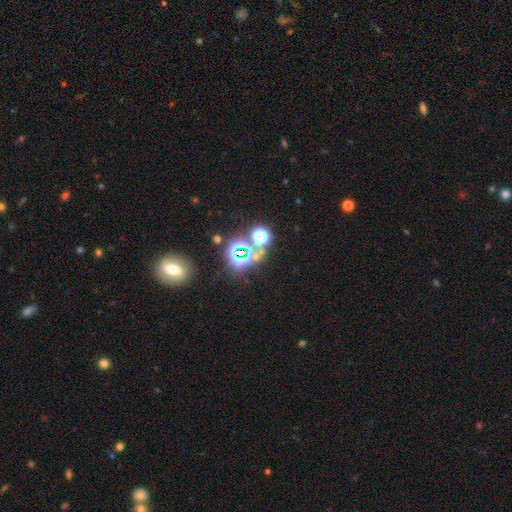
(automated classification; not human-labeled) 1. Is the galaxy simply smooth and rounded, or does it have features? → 67% star or artifact, 24% smooth, 10% featured or disk.